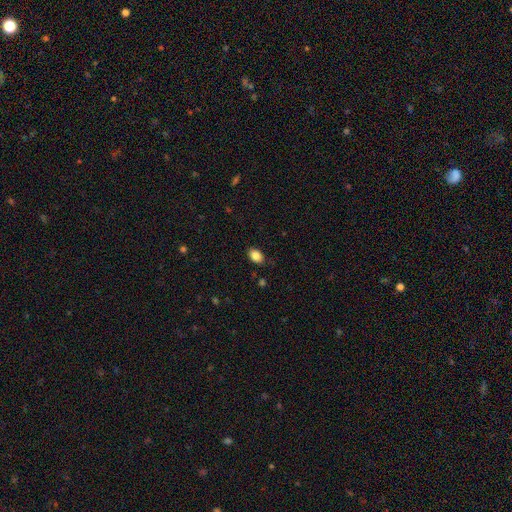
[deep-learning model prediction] This is clearly a smooth galaxy (86%). How rounded: clearly in between (80%). Merging: clearly none (83%).